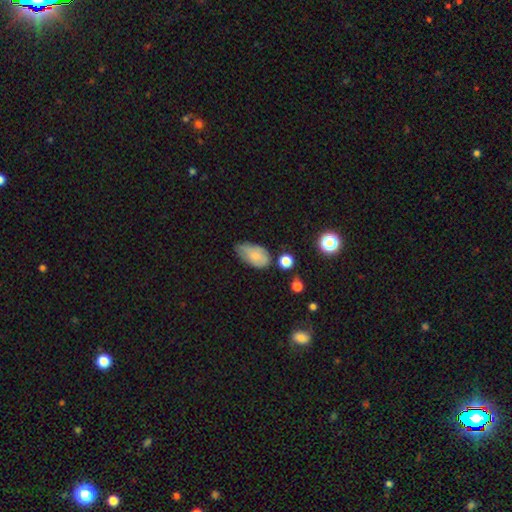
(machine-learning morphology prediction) Smooth or featured? Predicted: smooth (p=0.76). How rounded? Predicted: in between (p=0.92). Merging? Predicted: none (p=0.45).